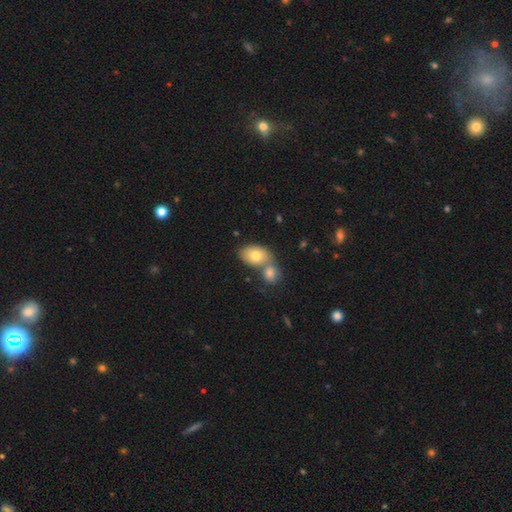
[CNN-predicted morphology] A smooth galaxy with no disk features (77%) that is in between round and cigar-shaped (84%).

Vote fractions:
- Smooth or featured? smooth: 77% / featured or disk: 16% / star or artifact: 7%
- How rounded? in between: 84% / round: 14% / cigar-shaped: 1%
- Merging? merger: 54% / none: 34% / minor disturbance: 9% / major disturbance: 3%